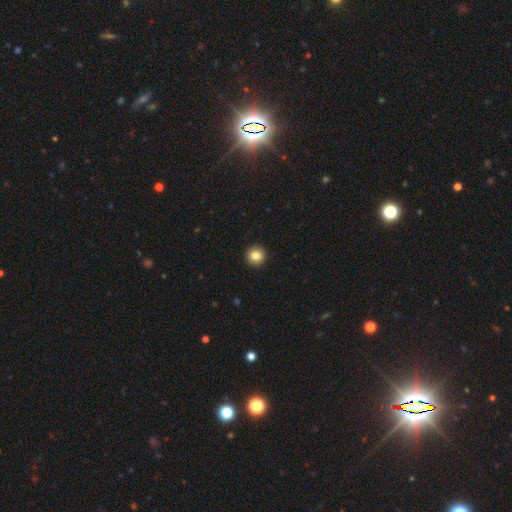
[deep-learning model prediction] This appears to be a smooth galaxy with no disk features (84%) that is round (95%). Merging: none (94%).